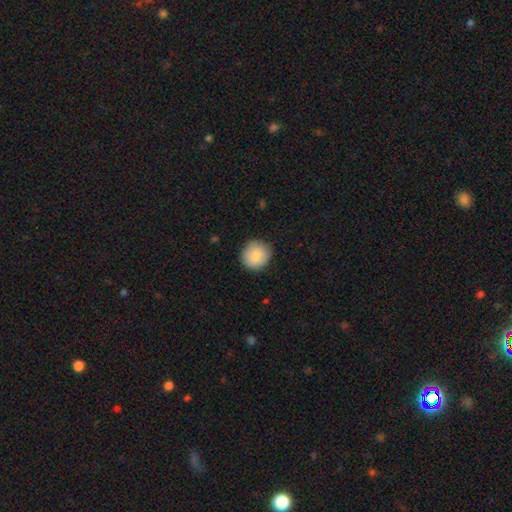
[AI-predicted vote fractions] The model was most divided on "smooth or featured": smooth: 84%, featured or disk: 9%, star or artifact: 7%. More confident: how rounded — round (90%); merging — none (87%).